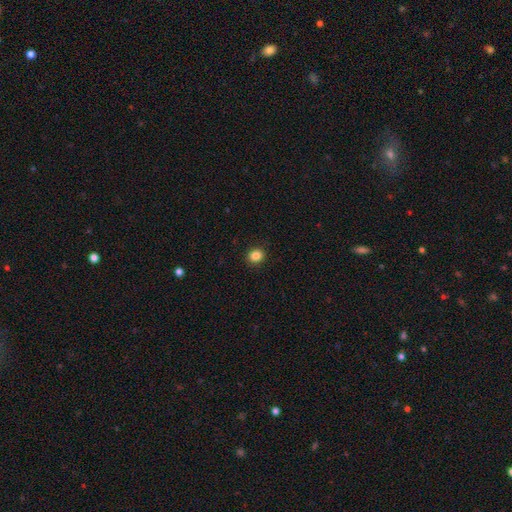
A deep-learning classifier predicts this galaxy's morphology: type=smooth (85%); roundness=round (76%); merging=none (91%).